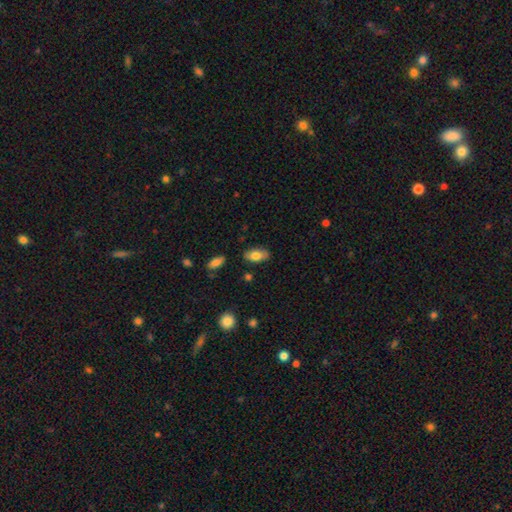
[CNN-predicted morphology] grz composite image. It shows a smooth galaxy with no disk features (78%) that is in between round and cigar-shaped (92%). Merging: none (83%).